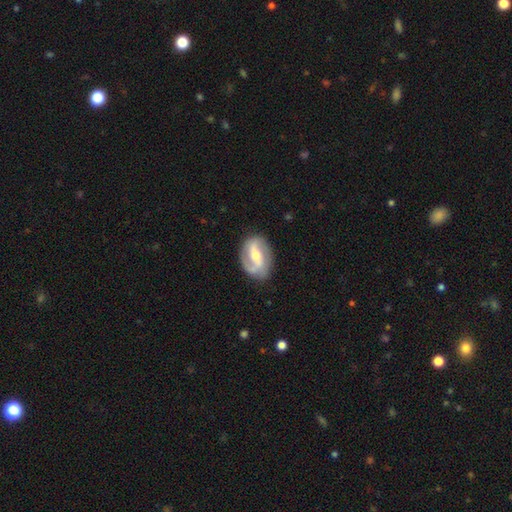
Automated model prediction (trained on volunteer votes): Smooth or featured: featured or disk — 82% (smooth — 14%)
Edge-on disk: no — 96% (yes — 4%)
Bar: strong — 40% (weak — 38%)
Spiral arms: yes — 91% (no — 9%)
Spiral winding: medium — 44% (loose — 33%)
Spiral arm count: 2 — 87% (can't tell — 5%)
Bulge size: moderate — 60% (small — 34%)
Merging: none — 79% (minor disturbance — 14%)